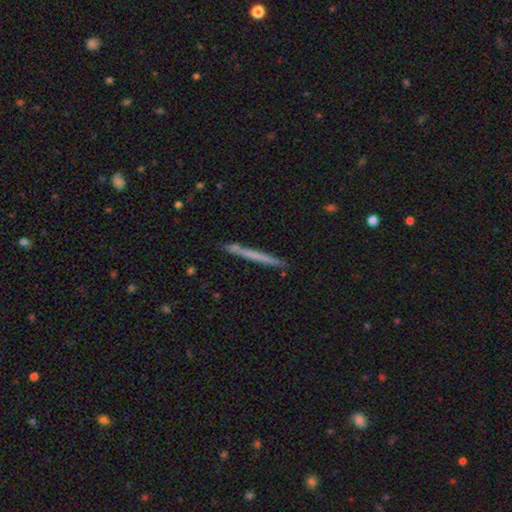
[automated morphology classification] smooth-or-featured: smooth: 56% | featured or disk: 39% | star or artifact: 5%
  how-rounded: cigar-shaped: 97% | in between: 2% | round: 1%
  merging: none: 88% | minor disturbance: 9% | merger: 2% | major disturbance: 2%